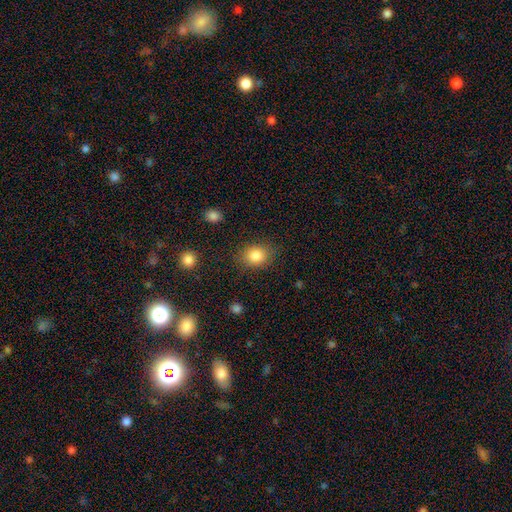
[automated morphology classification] Smooth or featured: smooth — 85% (star or artifact — 9%)
How rounded: round — 52% (in between — 47%)
Merging: none — 83% (minor disturbance — 11%)